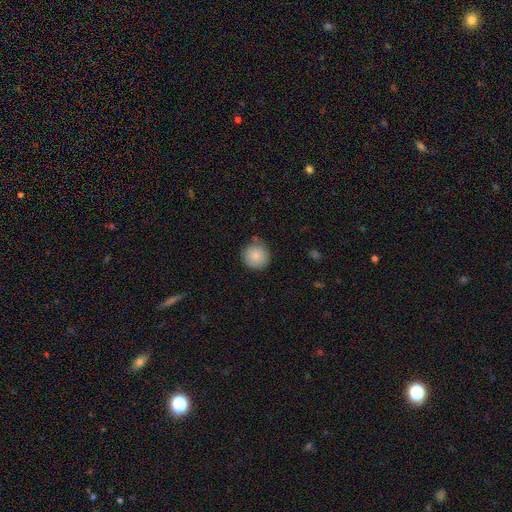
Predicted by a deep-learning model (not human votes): Smooth or featured: smooth — 84% (star or artifact — 8%)
How rounded: round — 95% (in between — 4%)
Merging: none — 83% (minor disturbance — 12%)